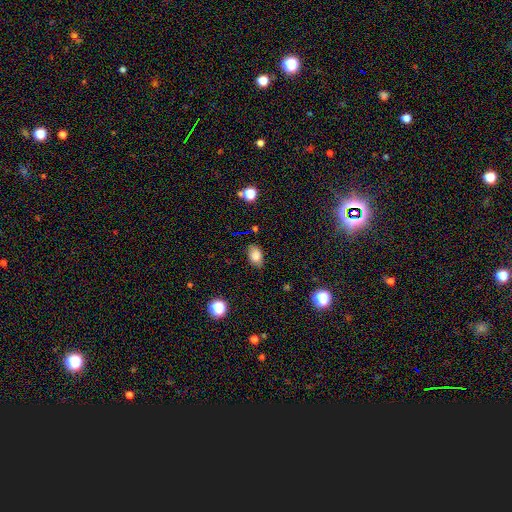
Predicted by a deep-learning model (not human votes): Morphology: type=smooth (80%); roundness=in between (89%); merging=none (80%).